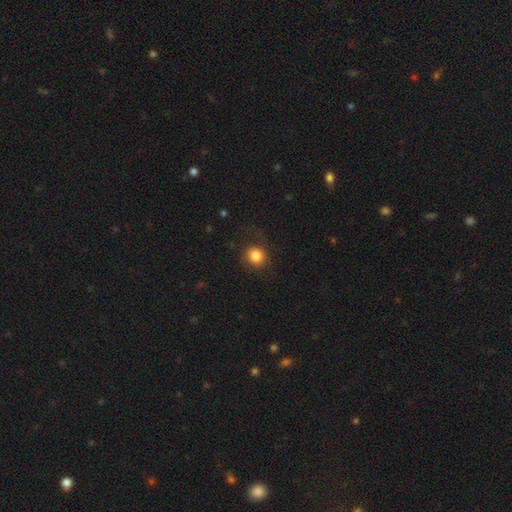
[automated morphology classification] Smooth or featured? Predicted: smooth (p=0.84). How rounded? Predicted: round (p=0.86). Merging? Predicted: none (p=0.79).